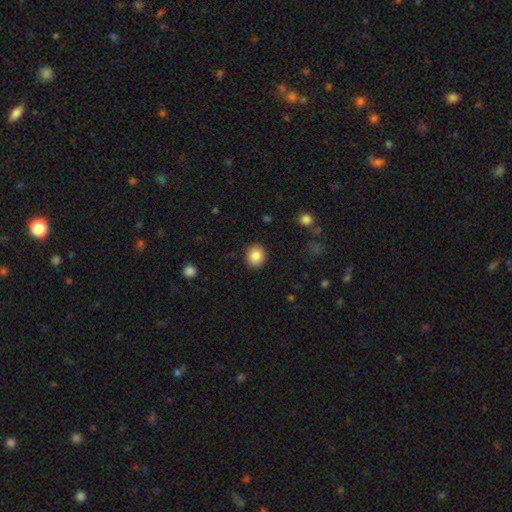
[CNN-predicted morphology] Smooth or featured? smooth (86%)
How rounded? round (82%)
Merging? none (91%)